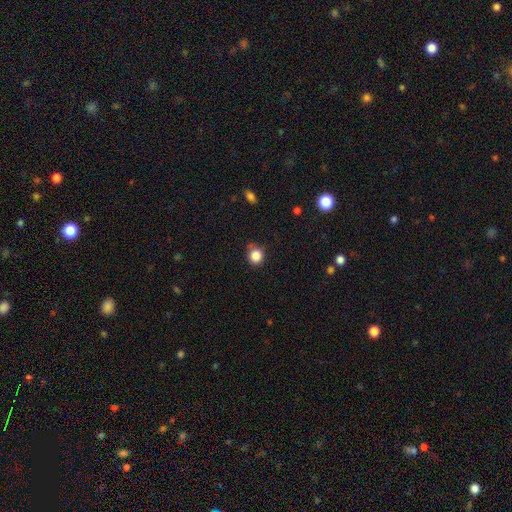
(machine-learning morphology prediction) Smooth or featured? Predicted: smooth (p=0.85). How rounded? Predicted: round (p=0.87). Merging? Predicted: none (p=0.76).